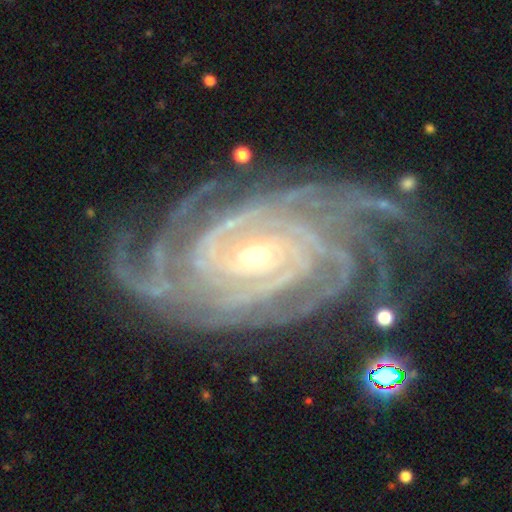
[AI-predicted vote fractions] Q: Smooth or featured?
A: featured or disk (94%); runner-up: star or artifact (4%)
Q: Edge-on disk?
A: no (97%); runner-up: yes (3%)
Q: Bar?
A: weak (38%); runner-up: no (35%)
Q: Spiral arms?
A: yes (99%); runner-up: no (1%)
Q: Spiral winding?
A: tight (81%); runner-up: medium (16%)
Q: Spiral arm count?
A: more than 4 (32%); runner-up: 4 (31%)
Q: Bulge size?
A: small (67%); runner-up: moderate (30%)
Q: Merging?
A: none (76%); runner-up: minor disturbance (16%)